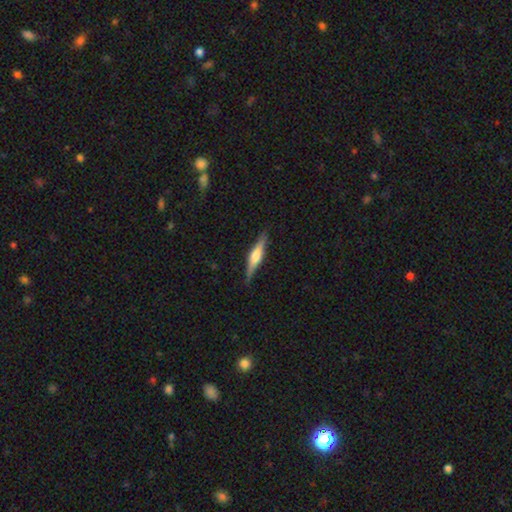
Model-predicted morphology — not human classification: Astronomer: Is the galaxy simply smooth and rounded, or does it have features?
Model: featured or disk — 59% (runner-up: smooth, 35%).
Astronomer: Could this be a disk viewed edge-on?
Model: yes — 96%.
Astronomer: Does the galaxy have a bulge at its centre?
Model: rounded — 79%.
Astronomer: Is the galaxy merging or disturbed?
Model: none — 86%.